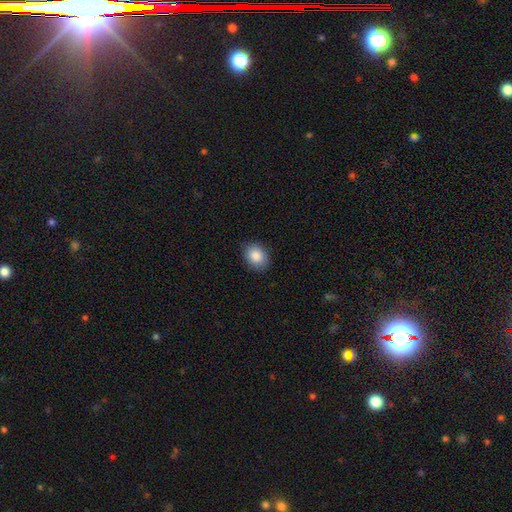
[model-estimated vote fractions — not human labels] This appears to be a smooth galaxy with no disk features (88%) that is in between round and cigar-shaped (59%). Merging: none (87%).